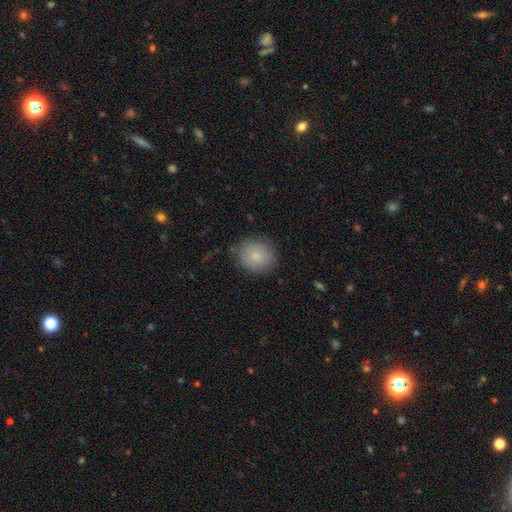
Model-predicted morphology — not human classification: Overall: smooth (83%). How rounded: round (83%). Merging: none (84%).